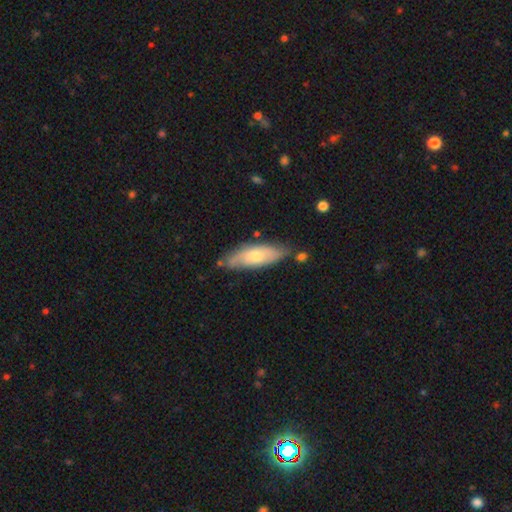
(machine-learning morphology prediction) Smooth or featured?
  - smooth: 53% *
  - featured or disk: 42%
  - star or artifact: 6%
How rounded?
  - in between: 59% *
  - cigar-shaped: 39%
  - round: 2%
Merging?
  - none: 72% *
  - minor disturbance: 20%
  - merger: 4%
  - major disturbance: 4%